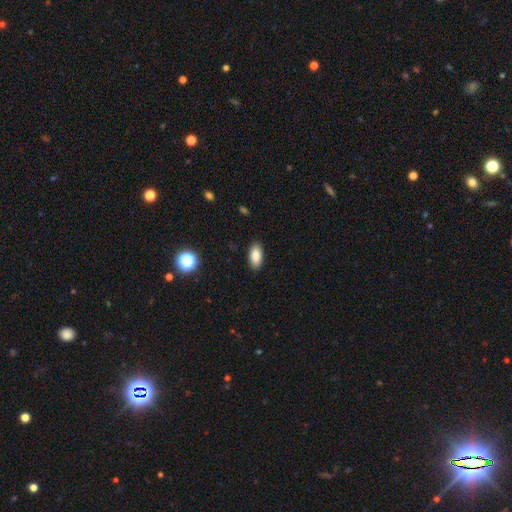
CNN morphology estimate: Smooth or featured?
  - smooth: 86% *
  - star or artifact: 8%
  - featured or disk: 6%
How rounded?
  - in between: 90% *
  - cigar-shaped: 7%
  - round: 3%
Merging?
  - none: 89% *
  - minor disturbance: 8%
  - major disturbance: 2%
  - merger: 1%